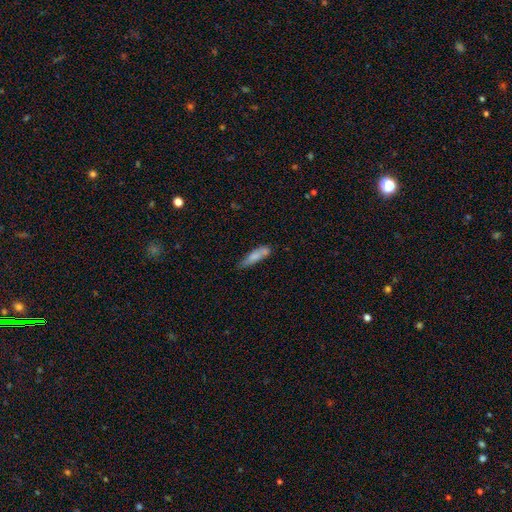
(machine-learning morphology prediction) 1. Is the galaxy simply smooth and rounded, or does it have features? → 77% smooth, 17% featured or disk, 7% star or artifact.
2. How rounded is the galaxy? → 70% cigar-shaped, 29% in between, 2% round.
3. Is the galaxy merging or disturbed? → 58% none, 24% minor disturbance, 12% merger, 6% major disturbance.